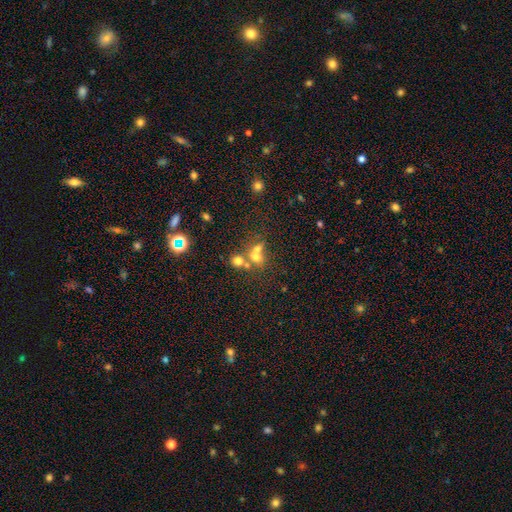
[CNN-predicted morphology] The model was most divided on "merging": merger: 53%, none: 34%, minor disturbance: 7%, major disturbance: 5%. More confident: how rounded — round (68%); smooth or featured — smooth (56%).